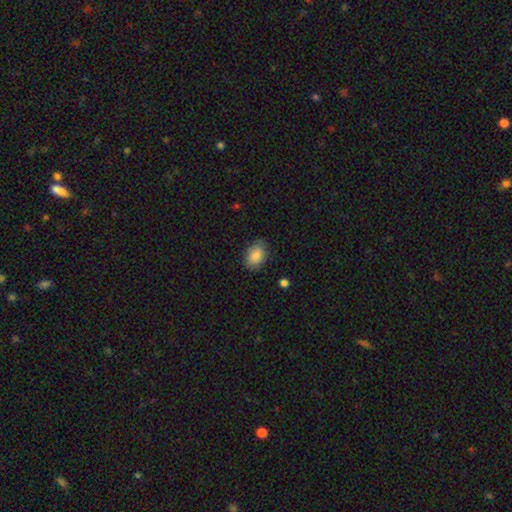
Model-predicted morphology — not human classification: Smooth or featured? smooth (84%)
How rounded? in between (81%)
Merging? none (80%)